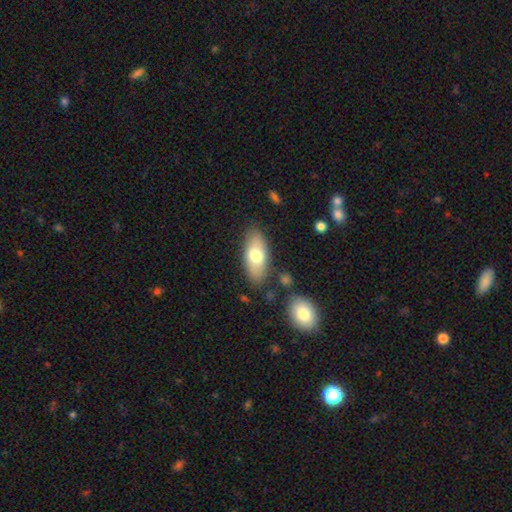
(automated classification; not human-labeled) smooth 69%, featured or disk 25%, star or artifact 6%. Down the decision tree: how rounded — in between (85%); merging — none (80%).